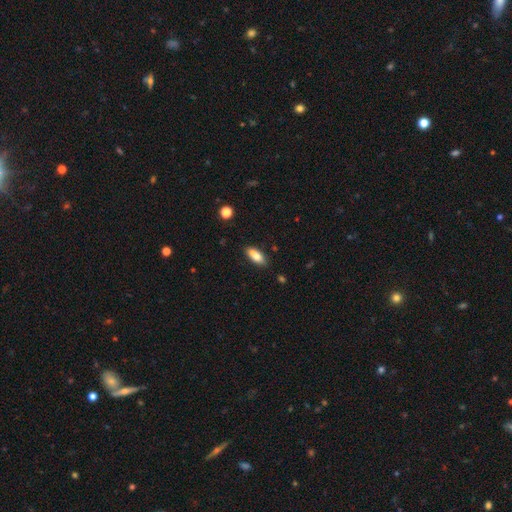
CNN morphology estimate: Smooth or featured?
  - smooth: 80% *
  - featured or disk: 13%
  - star or artifact: 7%
How rounded?
  - in between: 70% *
  - cigar-shaped: 27%
  - round: 2%
Merging?
  - none: 78% *
  - minor disturbance: 15%
  - merger: 5%
  - major disturbance: 3%